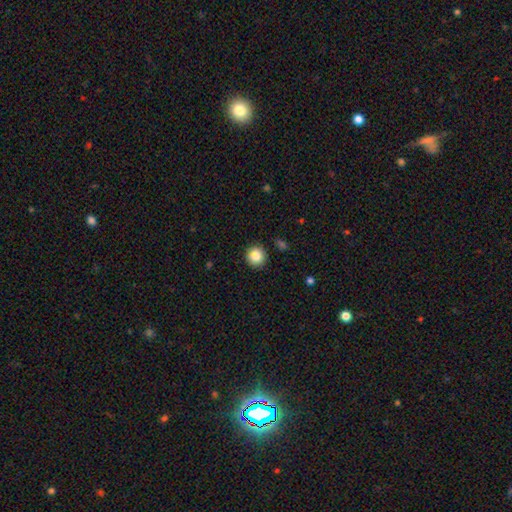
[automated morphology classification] Smooth or featured?
  - smooth: 85% *
  - star or artifact: 9%
  - featured or disk: 5%
How rounded?
  - round: 93% *
  - in between: 6%
  - cigar-shaped: 1%
Merging?
  - none: 91% *
  - minor disturbance: 6%
  - major disturbance: 2%
  - merger: 1%